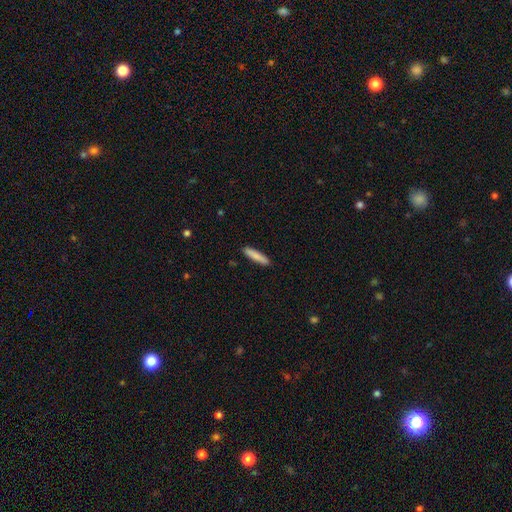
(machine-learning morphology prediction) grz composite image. It shows a smooth galaxy with no disk features (85%) that is cigar-shaped (88%). Merging: none (91%).